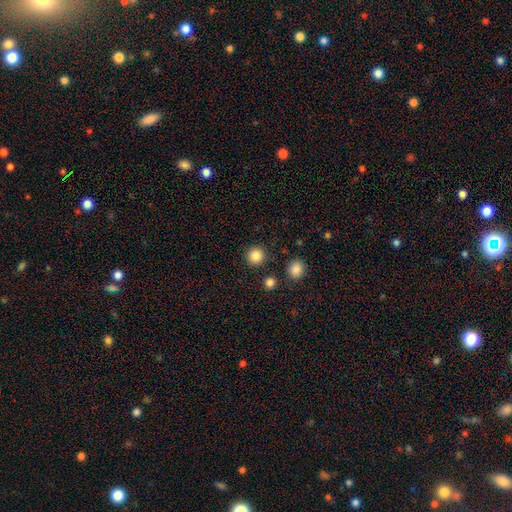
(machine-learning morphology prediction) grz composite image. It shows a smooth galaxy with no disk features (86%) that is round (95%). Merging: none (90%).